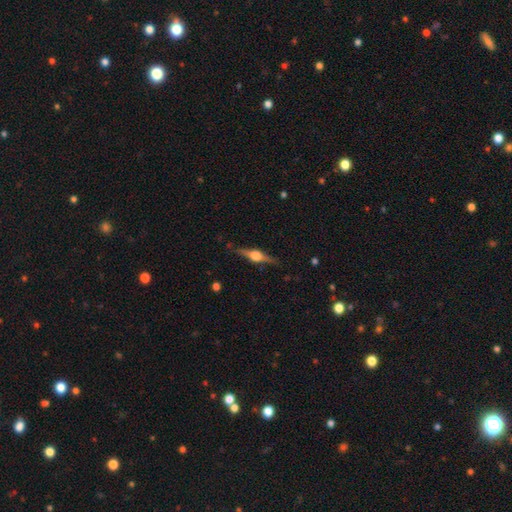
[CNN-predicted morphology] smooth-or-featured: featured or disk: 81% | smooth: 13% | star or artifact: 6%
  disk-edge-on: yes: 98% | no: 2%
    edge-on-bulge: rounded: 94% | boxy: 5% | none: 1%
  merging: none: 88% | minor disturbance: 9% | major disturbance: 2% | merger: 1%